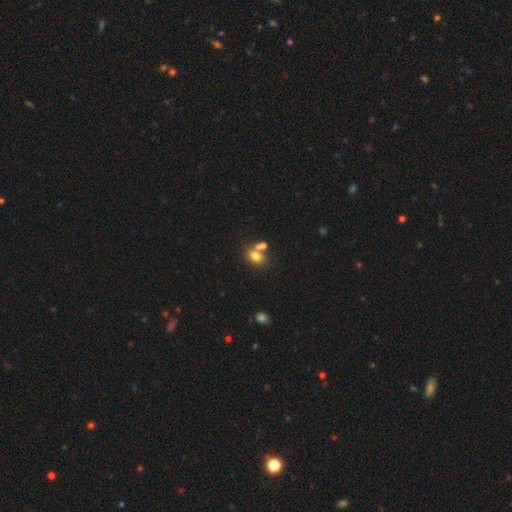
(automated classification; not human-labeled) Smooth or featured: smooth — 76% (star or artifact — 13%)
How rounded: in between — 60% (round — 39%)
Merging: none — 47% (merger — 38%)